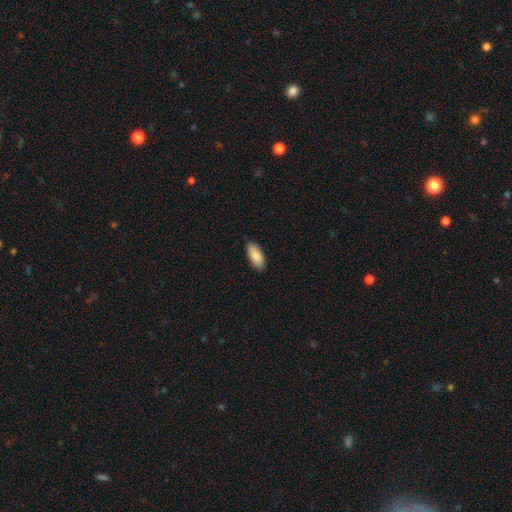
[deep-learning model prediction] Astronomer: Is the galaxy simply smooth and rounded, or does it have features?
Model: smooth — 87%.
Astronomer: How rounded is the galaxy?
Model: in between — 89%.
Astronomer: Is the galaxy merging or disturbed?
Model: none — 87%.